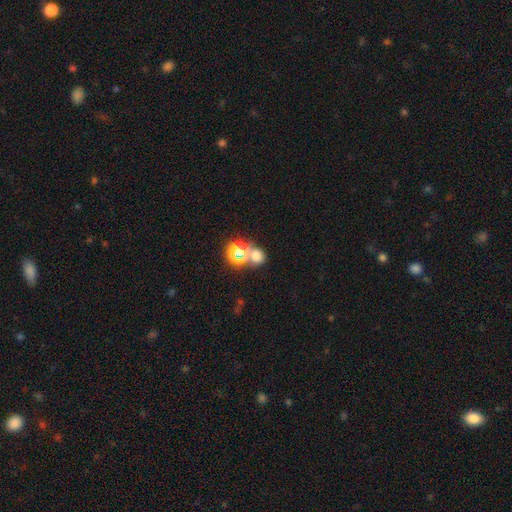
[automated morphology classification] Smooth or featured?
  - smooth: 65% *
  - star or artifact: 27%
  - featured or disk: 8%
How rounded?
  - round: 74% *
  - in between: 25%
  - cigar-shaped: 1%
Merging?
  - none: 53% *
  - merger: 34%
  - minor disturbance: 8%
  - major disturbance: 4%